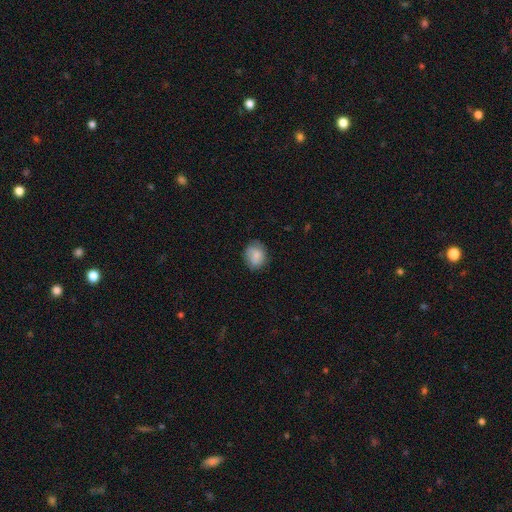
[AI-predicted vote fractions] smooth_or_featured: smooth (p=0.82) [alt: featured or disk p=0.10]
how_rounded: round (p=0.59) [alt: in between p=0.40]
merging: none (p=0.75) [alt: minor disturbance p=0.19]